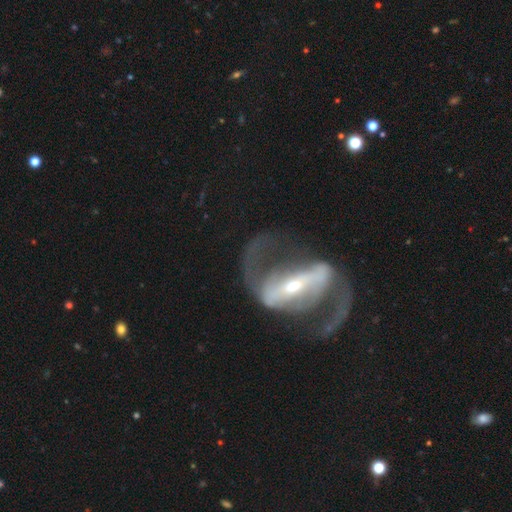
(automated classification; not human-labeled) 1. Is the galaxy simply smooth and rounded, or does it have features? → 90% featured or disk, 5% star or artifact, 5% smooth.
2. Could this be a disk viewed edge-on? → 94% no, 6% yes.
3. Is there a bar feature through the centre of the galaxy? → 74% strong, 18% weak, 8% no.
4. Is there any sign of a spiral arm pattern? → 92% yes, 8% no.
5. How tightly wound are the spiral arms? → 48% medium, 38% loose, 14% tight.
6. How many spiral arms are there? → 92% 2, 3% can't tell, 2% 1, 1% 3, 1% 4, 1% more than 4.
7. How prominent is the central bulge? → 60% small, 34% moderate, 4% large, 1% dominant, 1% none.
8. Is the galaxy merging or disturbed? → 66% none, 19% major disturbance, 12% minor disturbance, 3% merger.